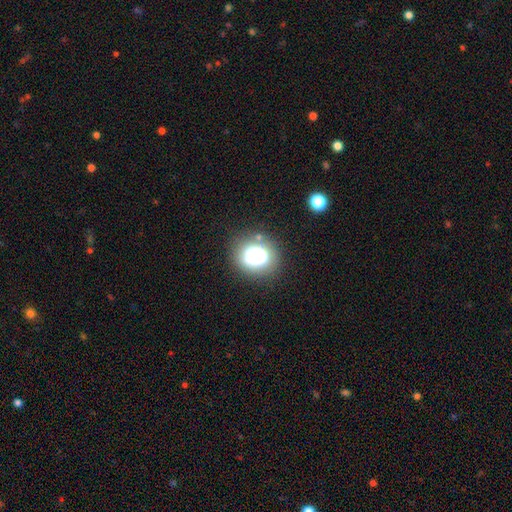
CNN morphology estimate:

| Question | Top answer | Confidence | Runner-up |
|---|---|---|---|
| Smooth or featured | smooth | 72% | featured or disk (16%) |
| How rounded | round | 64% | in between (35%) |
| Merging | none | 64% | minor disturbance (18%) |